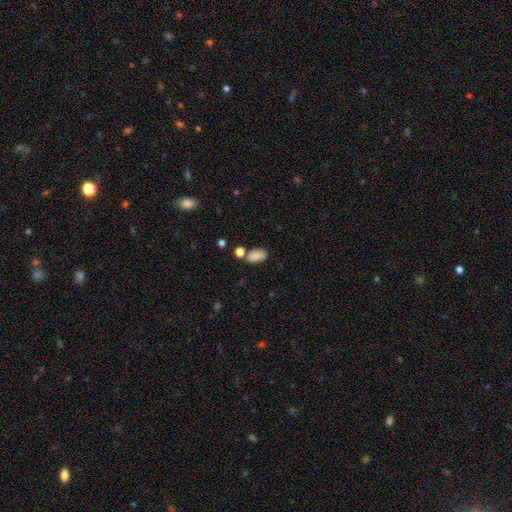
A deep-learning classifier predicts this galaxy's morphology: Smooth or featured: smooth — 81% (star or artifact — 11%)
How rounded: in between — 90% (round — 8%)
Merging: none — 59% (merger — 18%)